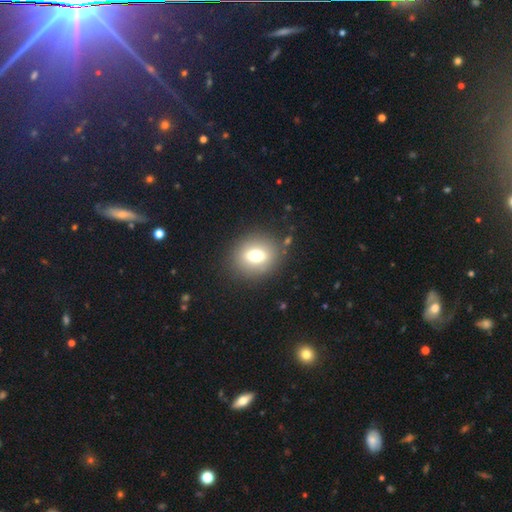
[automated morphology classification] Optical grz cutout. It shows a smooth galaxy with no disk features (64%) that is round (54%). Merging: none (85%).